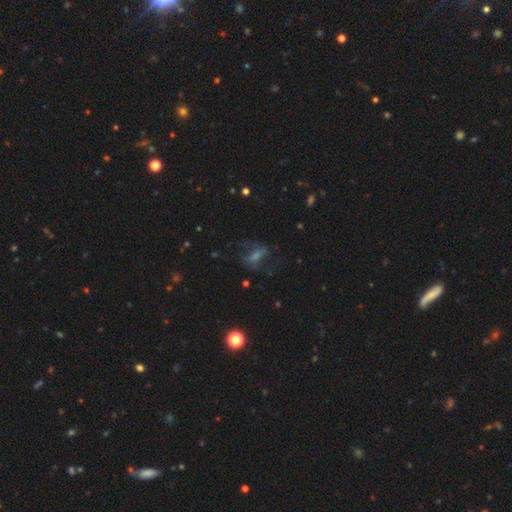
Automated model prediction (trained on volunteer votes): smooth-or-featured: featured or disk: 39% | smooth: 33% | star or artifact: 28%
  merging: none: 60% | major disturbance: 19% | minor disturbance: 18% | merger: 2%